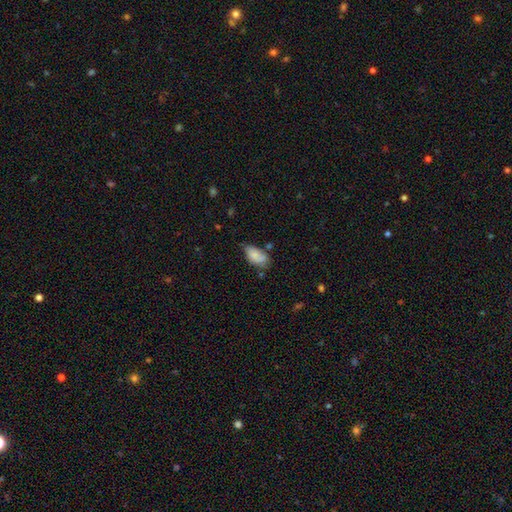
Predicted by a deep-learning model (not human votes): A smooth galaxy with no disk features (78%) that is in between round and cigar-shaped (92%). Merging: none (47%).